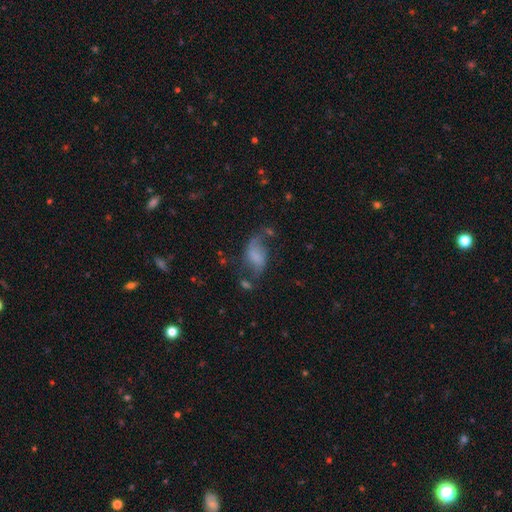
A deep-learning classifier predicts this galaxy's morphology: Smooth or featured? featured or disk (45%)
Merging? none (39%)